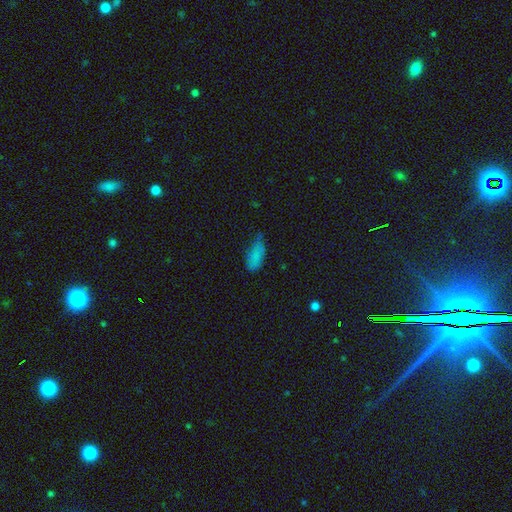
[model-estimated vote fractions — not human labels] The model was most divided on "merging" (2-way tie): minor disturbance: 42%, none: 42%, major disturbance: 13%, merger: 3%. More confident: how rounded — in between (83%); smooth or featured — smooth (79%).